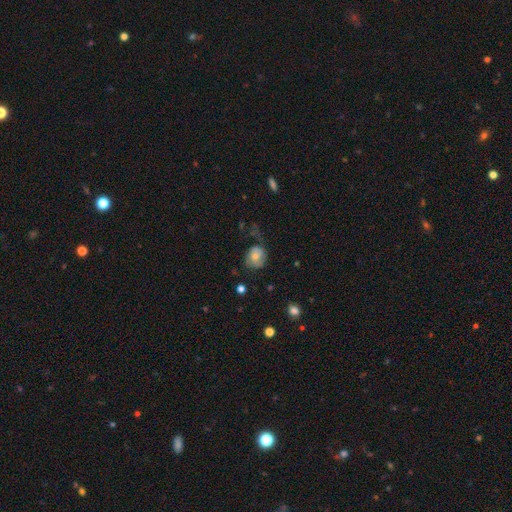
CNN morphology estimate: The model was most divided on "smooth or featured": smooth: 50%, featured or disk: 41%, star or artifact: 9%. More confident: how rounded — round (64%); merging — none (52%).